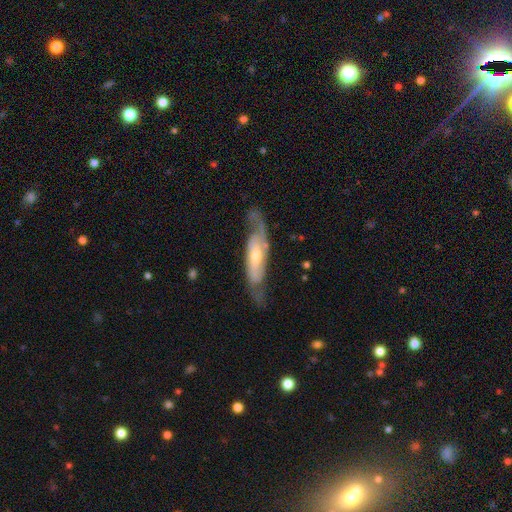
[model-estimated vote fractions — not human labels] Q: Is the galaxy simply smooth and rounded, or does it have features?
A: featured or disk — 76%.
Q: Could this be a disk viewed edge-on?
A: no — 75%.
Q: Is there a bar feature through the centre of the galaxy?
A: no — 53%.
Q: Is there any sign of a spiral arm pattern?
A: yes — 90%.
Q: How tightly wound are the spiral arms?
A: medium — 43%.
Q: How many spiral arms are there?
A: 2 — 72%.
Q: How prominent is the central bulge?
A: moderate — 50%.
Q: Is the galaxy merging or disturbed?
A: none — 65%.